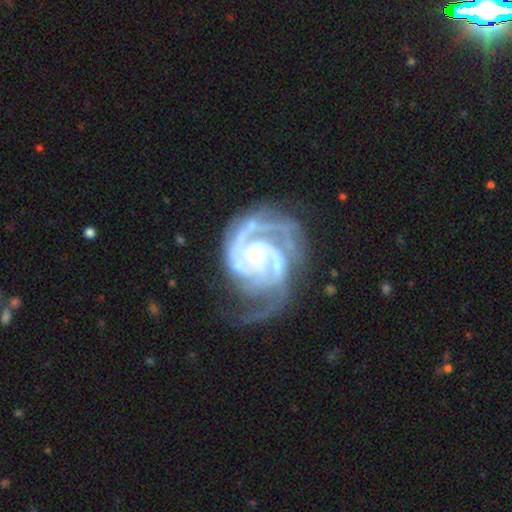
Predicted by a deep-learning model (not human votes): Q: Smooth or featured?
A: featured or disk (92%); runner-up: star or artifact (5%)
Q: Edge-on disk?
A: no (98%); runner-up: yes (2%)
Q: Bar?
A: no (58%); runner-up: weak (31%)
Q: Spiral arms?
A: yes (98%); runner-up: no (2%)
Q: Spiral winding?
A: tight (52%); runner-up: medium (40%)
Q: Spiral arm count?
A: 3 (35%); runner-up: 2 (30%)
Q: Bulge size?
A: small (54%); runner-up: moderate (42%)
Q: Merging?
A: none (54%); runner-up: minor disturbance (22%)